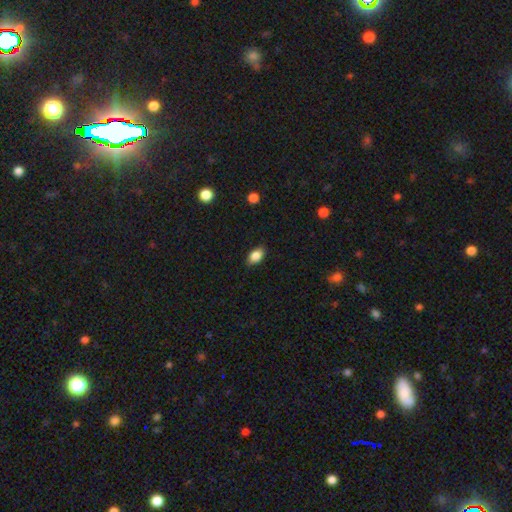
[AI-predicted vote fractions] Smooth or featured?
  - smooth: 85% *
  - star or artifact: 8%
  - featured or disk: 7%
How rounded?
  - in between: 88% *
  - round: 10%
  - cigar-shaped: 3%
Merging?
  - none: 85% *
  - minor disturbance: 12%
  - major disturbance: 2%
  - merger: 1%